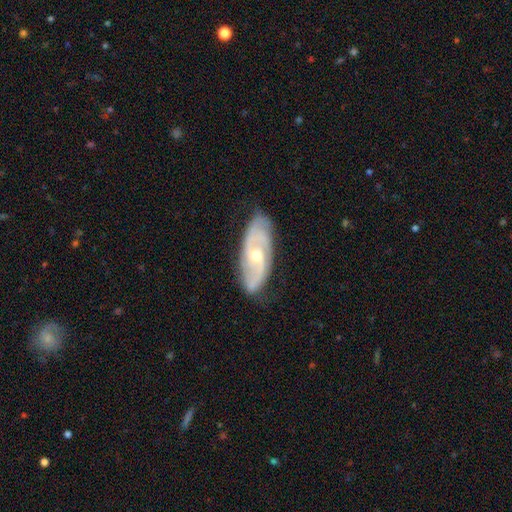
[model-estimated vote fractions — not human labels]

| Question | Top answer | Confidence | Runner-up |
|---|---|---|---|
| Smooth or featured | featured or disk | 82% | smooth (13%) |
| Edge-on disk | no | 91% | yes (9%) |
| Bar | no | 57% | weak (36%) |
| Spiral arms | yes | 94% | no (6%) |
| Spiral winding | medium | 46% | tight (35%) |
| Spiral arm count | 2 | 58% | can't tell (18%) |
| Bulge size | small | 50% | moderate (47%) |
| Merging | none | 78% | minor disturbance (17%) |